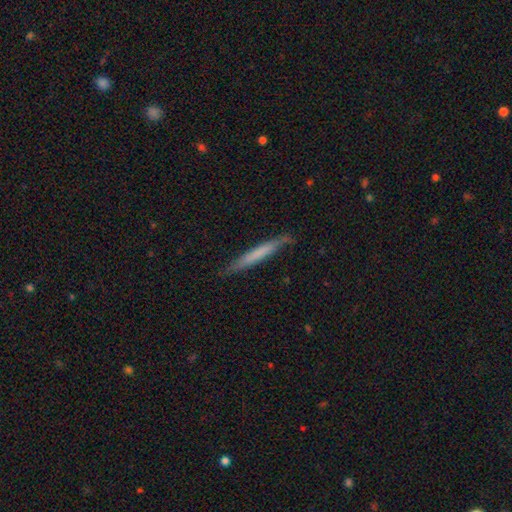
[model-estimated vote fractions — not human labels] smooth-or-featured: smooth: 58% | featured or disk: 37% | star or artifact: 6%
  how-rounded: cigar-shaped: 96% | in between: 3% | round: 1%
  merging: none: 85% | minor disturbance: 12% | major disturbance: 2% | merger: 1%